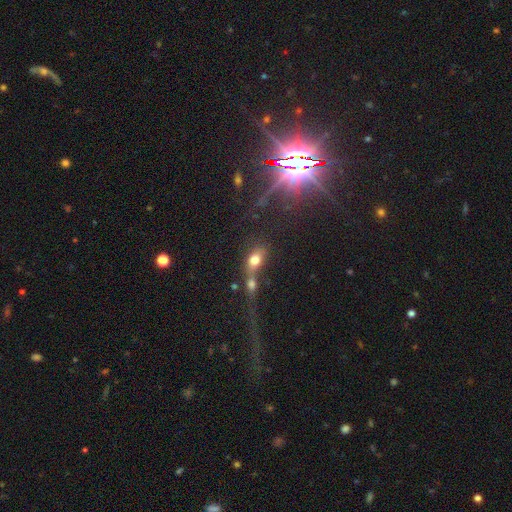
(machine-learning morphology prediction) A star or artifact, not a galaxy (63%).

Vote fractions:
- Smooth or featured? star or artifact: 63% / featured or disk: 22% / smooth: 15%